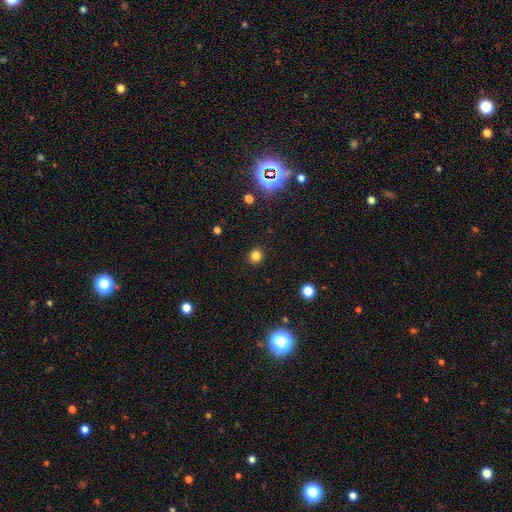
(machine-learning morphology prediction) A smooth galaxy with no disk features (81%) that is round (91%).

Vote fractions:
- Smooth or featured? smooth: 81% / star or artifact: 15% / featured or disk: 4%
- How rounded? round: 91% / in between: 8% / cigar-shaped: 1%
- Merging? none: 92% / minor disturbance: 5% / major disturbance: 2% / merger: 1%